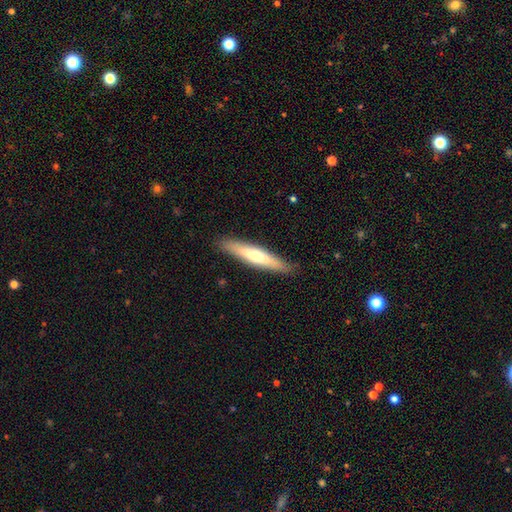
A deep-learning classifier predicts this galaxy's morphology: A smooth galaxy with no disk features (56%) that is cigar-shaped (87%). Merging: none (89%).